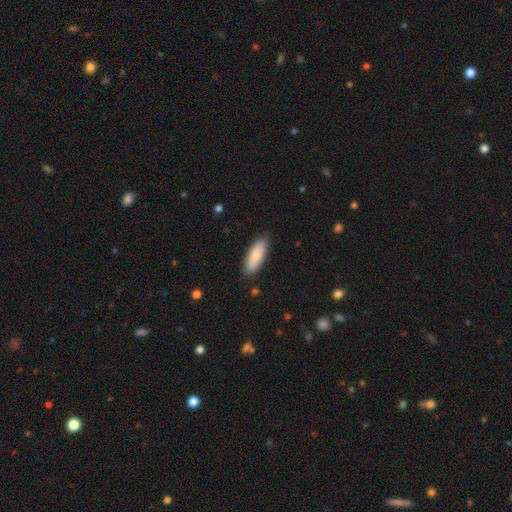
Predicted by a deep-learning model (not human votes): A smooth galaxy with no disk features (83%) that is in between round and cigar-shaped (64%). Merging: none (86%).